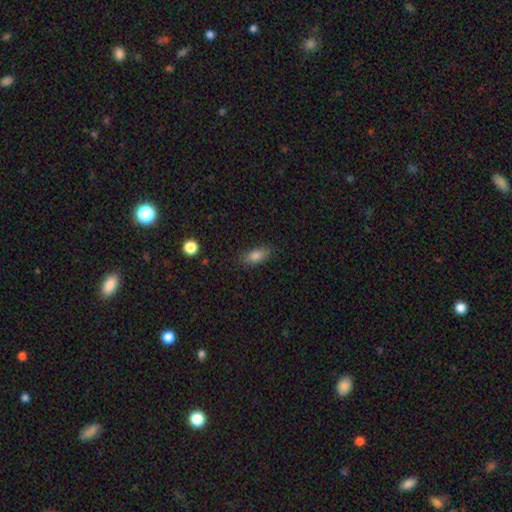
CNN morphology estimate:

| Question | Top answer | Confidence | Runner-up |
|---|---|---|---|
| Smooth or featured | smooth | 82% | star or artifact (9%) |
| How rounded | in between | 84% | cigar-shaped (11%) |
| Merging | none | 84% | minor disturbance (12%) |